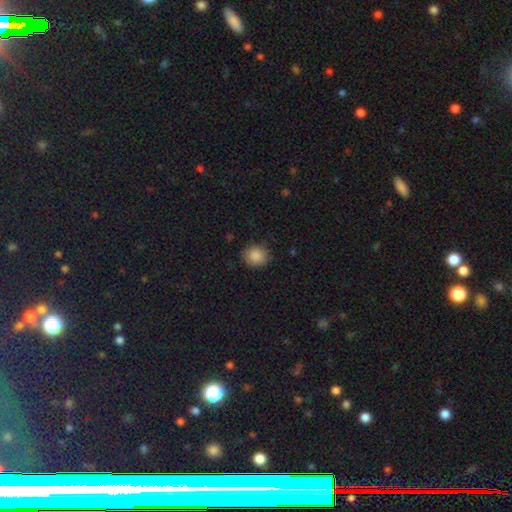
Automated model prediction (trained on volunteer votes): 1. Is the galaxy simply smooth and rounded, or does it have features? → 88% smooth, 9% star or artifact, 4% featured or disk.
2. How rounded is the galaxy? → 79% round, 20% in between, 1% cigar-shaped.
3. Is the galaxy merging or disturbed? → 83% none, 13% minor disturbance, 3% major disturbance, 1% merger.